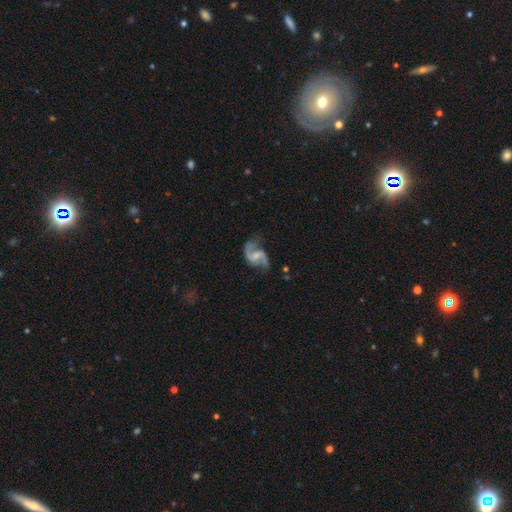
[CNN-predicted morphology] This is clearly a featured or disk galaxy (89%). It is clearly not viewed edge-on (98%). Bar: possibly weak (48%). Spiral arm pattern: clearly yes (97%). Spiral arm count: clearly 2 (92%). Spiral winding: possibly loose (53%). Central bulge: possibly small (53%). Merging: likely none (66%).